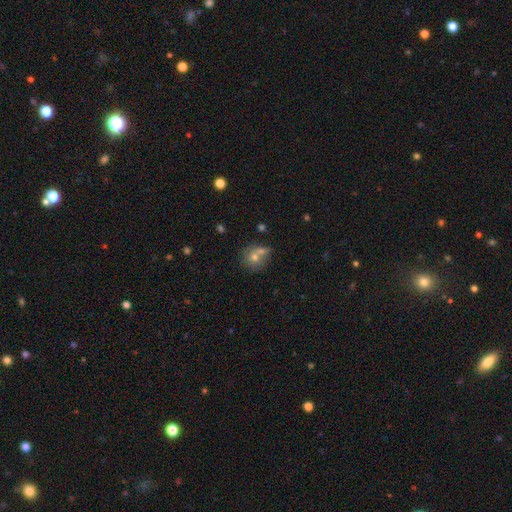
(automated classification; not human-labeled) Smooth or featured: smooth — 70% (featured or disk — 19%)
How rounded: round — 78% (in between — 21%)
Merging: none — 42% (merger — 40%)